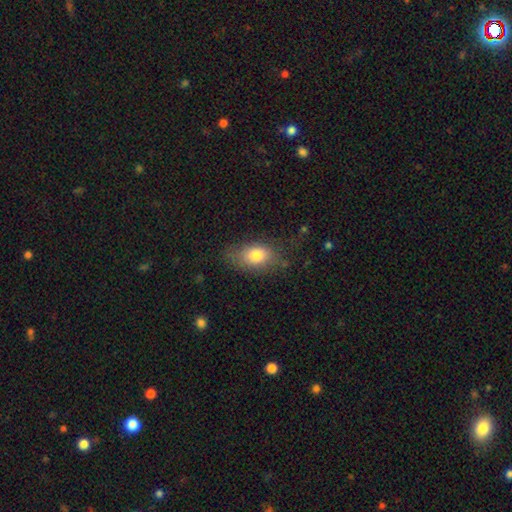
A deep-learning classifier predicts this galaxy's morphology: Smooth or featured: smooth — 78% (featured or disk — 13%)
How rounded: in between — 83% (round — 15%)
Merging: none — 67% (minor disturbance — 21%)